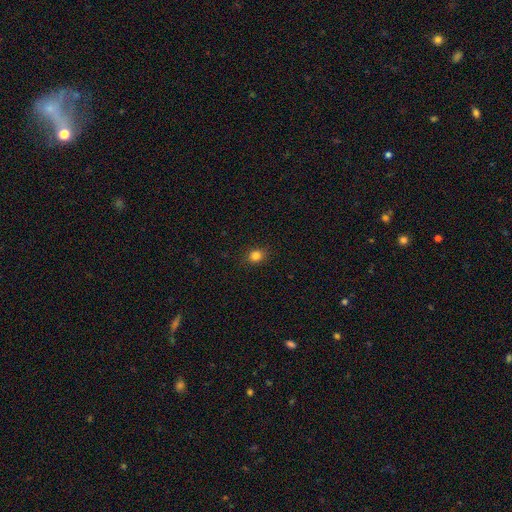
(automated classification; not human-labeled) smooth 83%, star or artifact 13%, featured or disk 4%. Down the decision tree: how rounded — round (69%); merging — none (88%).